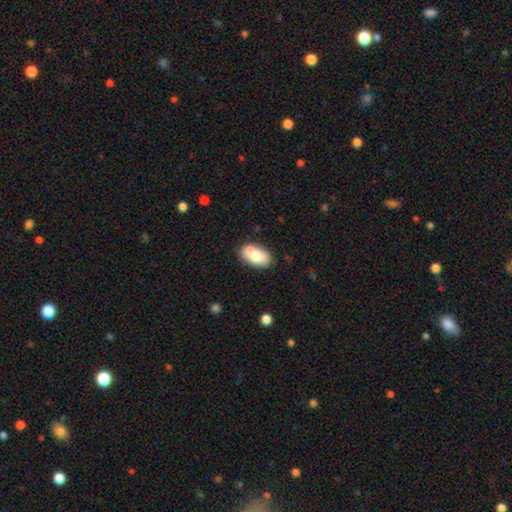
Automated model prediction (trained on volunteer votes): This appears to be a smooth galaxy with no disk features (80%) that is in between round and cigar-shaped (93%). Merging: none (74%).